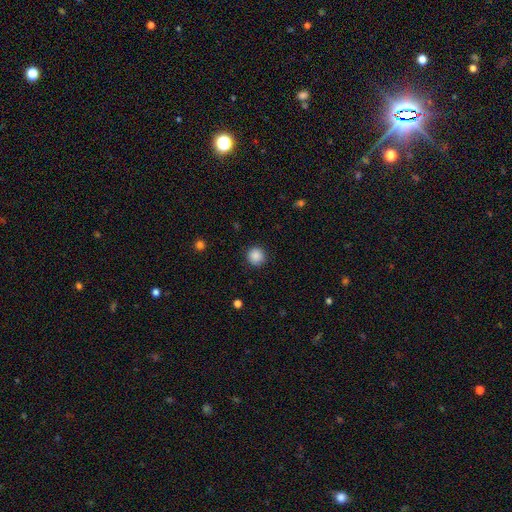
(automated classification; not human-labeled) Smooth or featured? smooth (88%)
How rounded? round (94%)
Merging? none (90%)